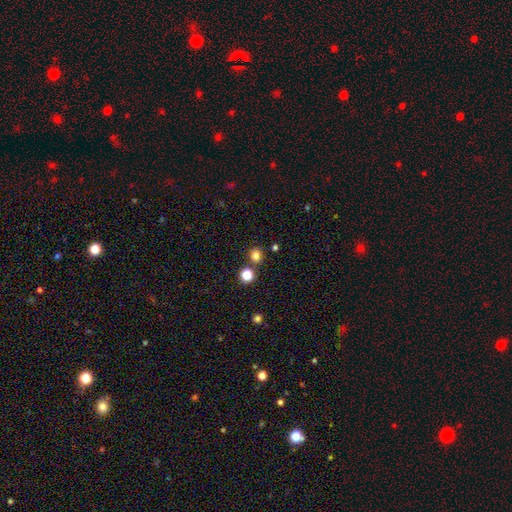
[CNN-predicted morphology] Smooth or featured?
  - smooth: 79% *
  - star or artifact: 16%
  - featured or disk: 5%
How rounded?
  - round: 85% *
  - in between: 15%
  - cigar-shaped: 1%
Merging?
  - none: 80% *
  - merger: 11%
  - minor disturbance: 7%
  - major disturbance: 3%